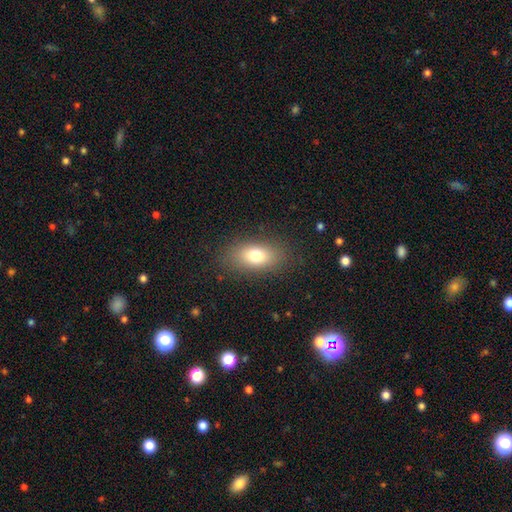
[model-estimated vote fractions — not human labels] Smooth or featured?
  - smooth: 77% *
  - featured or disk: 13%
  - star or artifact: 10%
How rounded?
  - in between: 85% *
  - round: 10%
  - cigar-shaped: 6%
Merging?
  - none: 84% *
  - minor disturbance: 10%
  - major disturbance: 4%
  - merger: 1%